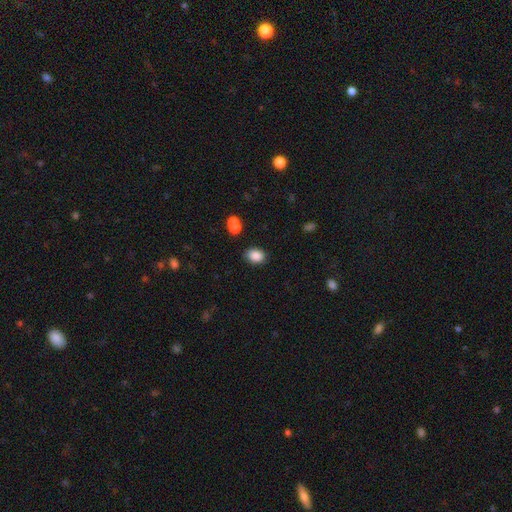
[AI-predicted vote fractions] Smooth or featured? Predicted: smooth (p=0.86). How rounded? Predicted: in between (p=0.74). Merging? Predicted: none (p=0.81).